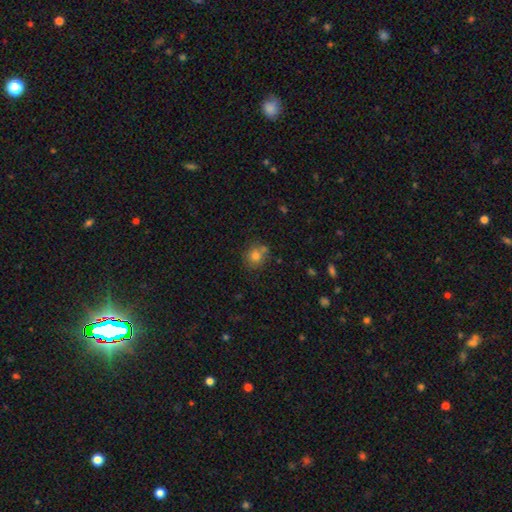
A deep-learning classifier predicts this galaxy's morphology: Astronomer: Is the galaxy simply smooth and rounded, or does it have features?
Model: smooth — 77%.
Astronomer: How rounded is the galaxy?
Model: round — 81%.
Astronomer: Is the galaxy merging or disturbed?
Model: none — 67%.